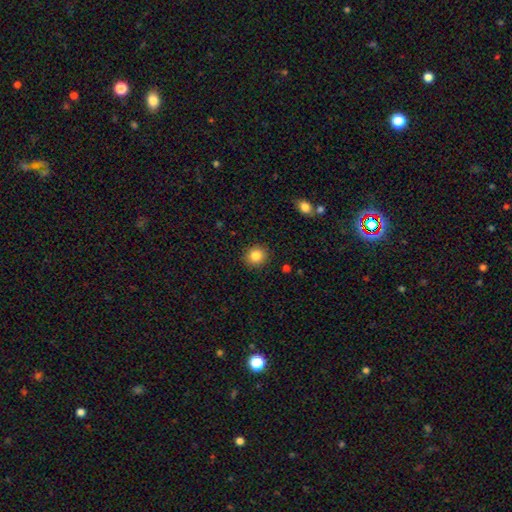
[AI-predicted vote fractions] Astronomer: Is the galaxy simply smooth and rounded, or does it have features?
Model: smooth — 85%.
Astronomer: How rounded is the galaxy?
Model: round — 88%.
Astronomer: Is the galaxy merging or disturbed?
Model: none — 91%.